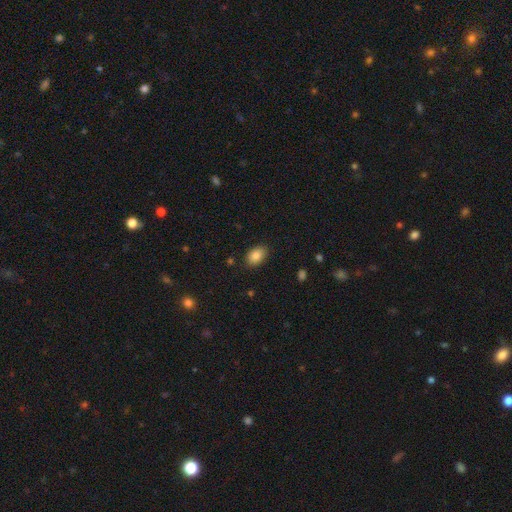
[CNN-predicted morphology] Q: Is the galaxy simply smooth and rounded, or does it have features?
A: smooth — 85%.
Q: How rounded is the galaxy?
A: in between — 84%.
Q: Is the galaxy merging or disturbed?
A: none — 85%.